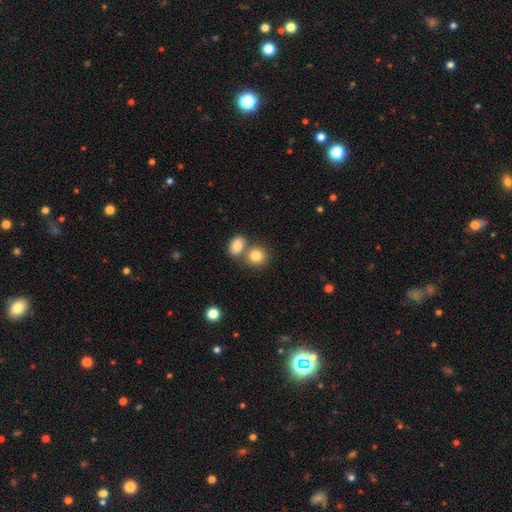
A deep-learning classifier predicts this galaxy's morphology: smooth-or-featured: smooth: 83% | star or artifact: 9% | featured or disk: 8%
  how-rounded: round: 74% | in between: 25% | cigar-shaped: 1%
  merging: none: 48% | merger: 41% | minor disturbance: 8% | major disturbance: 3%